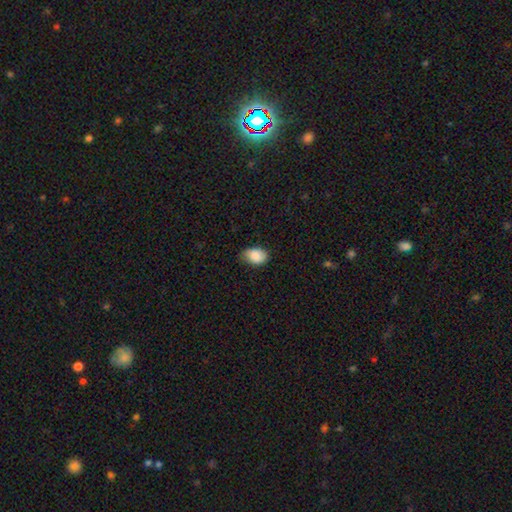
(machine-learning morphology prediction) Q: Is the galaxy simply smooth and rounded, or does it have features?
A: smooth — 87%.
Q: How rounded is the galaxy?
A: in between — 82%.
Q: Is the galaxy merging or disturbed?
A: none — 67%.